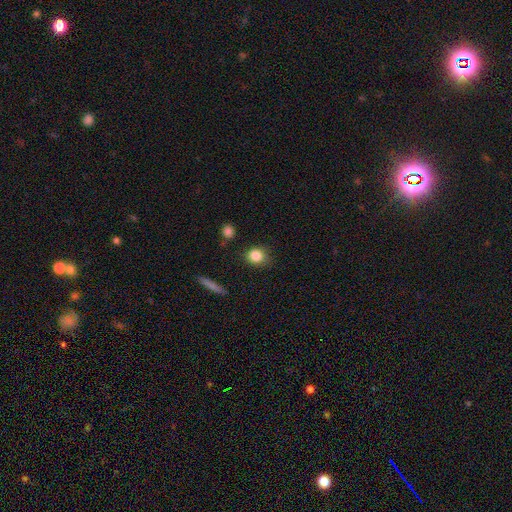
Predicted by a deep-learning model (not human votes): smooth_or_featured: smooth (p=0.85) [alt: star or artifact p=0.09]
how_rounded: round (p=0.74) [alt: in between p=0.23]
merging: none (p=0.80) [alt: minor disturbance p=0.14]